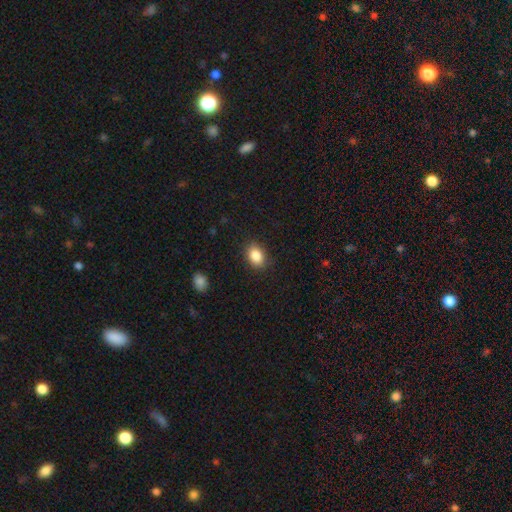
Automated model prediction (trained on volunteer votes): Smooth or featured?
  - smooth: 87% *
  - star or artifact: 8%
  - featured or disk: 5%
How rounded?
  - in between: 75% *
  - round: 24%
  - cigar-shaped: 1%
Merging?
  - none: 86% *
  - minor disturbance: 10%
  - major disturbance: 3%
  - merger: 1%